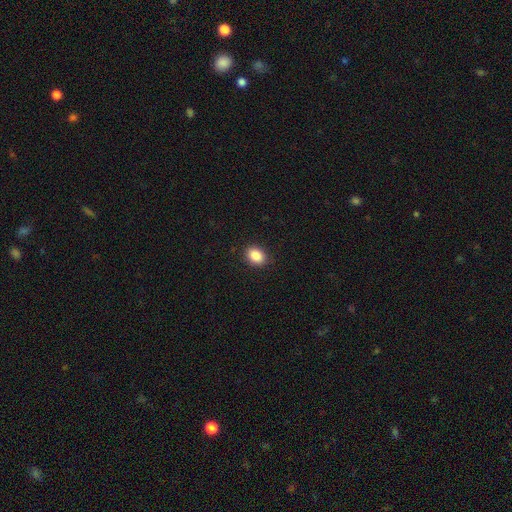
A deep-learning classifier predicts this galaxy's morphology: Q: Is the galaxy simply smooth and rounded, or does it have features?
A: smooth — 87%.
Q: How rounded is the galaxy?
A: in between — 68%.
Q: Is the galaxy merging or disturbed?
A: none — 89%.